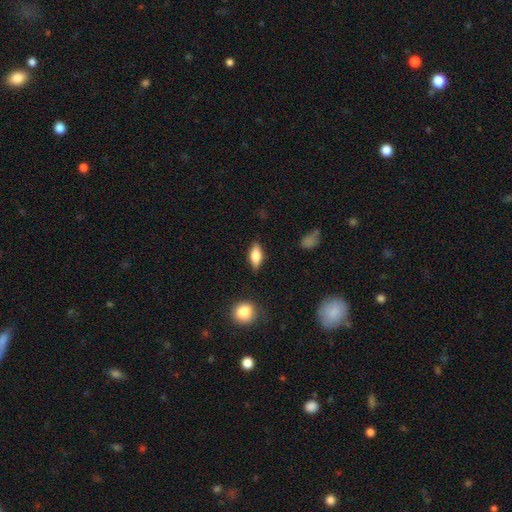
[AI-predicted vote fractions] This appears to be a smooth galaxy with no disk features (66%) that is in between round and cigar-shaped (77%). Merging: none (84%).